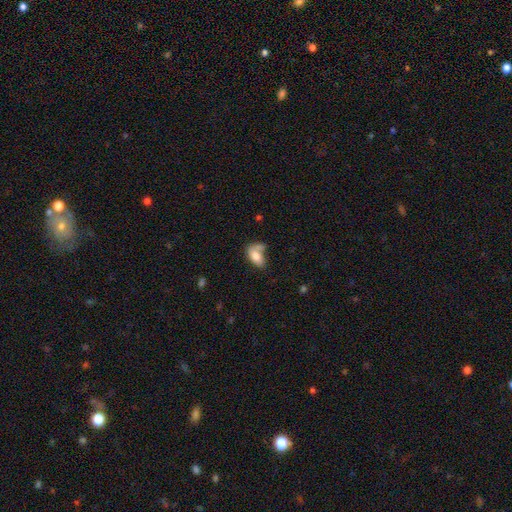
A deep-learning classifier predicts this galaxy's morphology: Smooth or featured? Predicted: smooth (p=0.76). How rounded? Predicted: in between (p=0.91). Merging? Predicted: none (p=0.35).